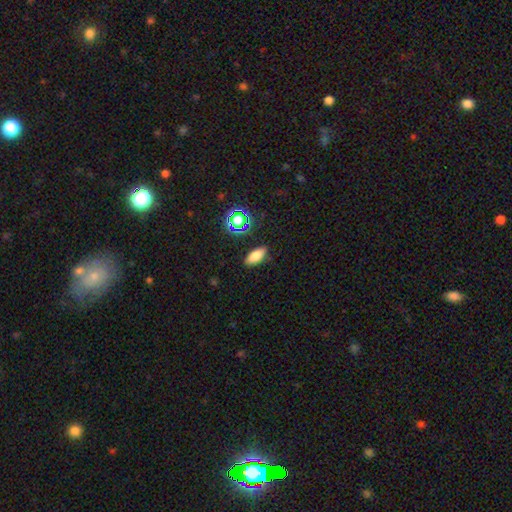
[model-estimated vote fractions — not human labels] Q: Smooth or featured?
A: smooth (76%); runner-up: star or artifact (13%)
Q: How rounded?
A: in between (79%); runner-up: cigar-shaped (16%)
Q: Merging?
A: none (86%); runner-up: minor disturbance (10%)